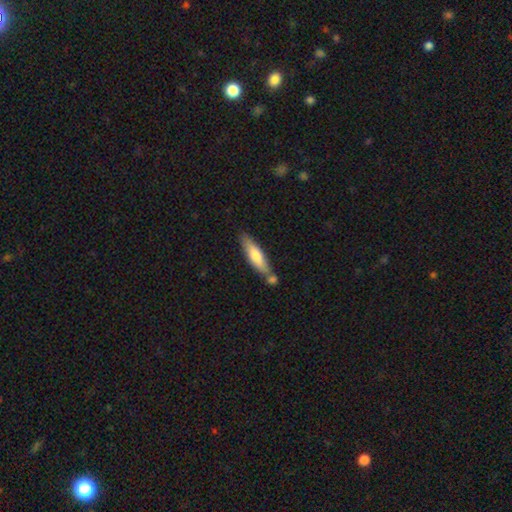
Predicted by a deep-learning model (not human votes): Smooth or featured? smooth (67%)
How rounded? cigar-shaped (70%)
Merging? none (62%)